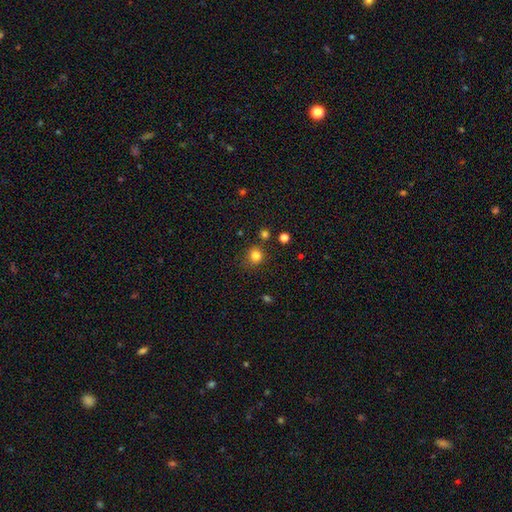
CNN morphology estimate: smooth-or-featured: smooth: 80% | star or artifact: 14% | featured or disk: 5%
  how-rounded: round: 87% | in between: 12% | cigar-shaped: 1%
  merging: none: 77% | minor disturbance: 13% | merger: 6% | major disturbance: 4%